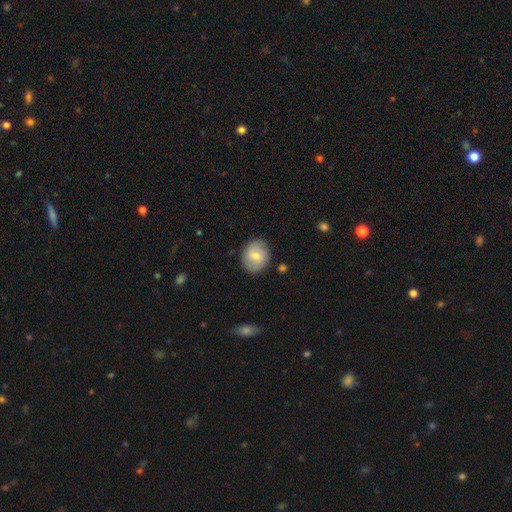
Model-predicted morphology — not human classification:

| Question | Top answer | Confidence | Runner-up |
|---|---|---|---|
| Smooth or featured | smooth | 66% | featured or disk (27%) |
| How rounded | round | 63% | in between (36%) |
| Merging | none | 84% | minor disturbance (12%) |